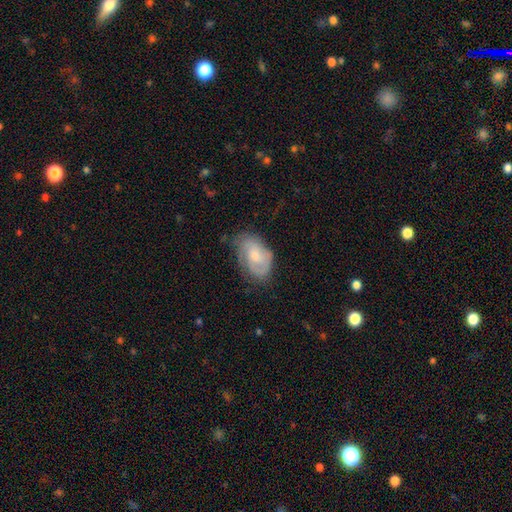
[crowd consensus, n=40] Smooth or featured?
  - featured or disk: 65% *
  - smooth: 22%
  - star or artifact: 12%
Edge-on disk?
  - no: 100% *
  - yes: 0%
Bar?
  - no: 58% *
  - weak: 35%
  - strong: 8%
Spiral arms?
  - yes: 96% *
  - no: 4%
Spiral winding?
  - tight: 60% *
  - medium: 32%
  - loose: 8%
Spiral arm count?
  - 2: 56% *
  - 1: 20%
  - can't tell: 20%
  - 3: 4%
  - 4: 0%
  - more than 4: 0%
Bulge size?
  - moderate: 69% *
  - small: 31%
  - dominant: 0%
  - large: 0%
  - none: 0%
Merging?
  - none: 71% *
  - minor disturbance: 14%
  - major disturbance: 11%
  - merger: 3%